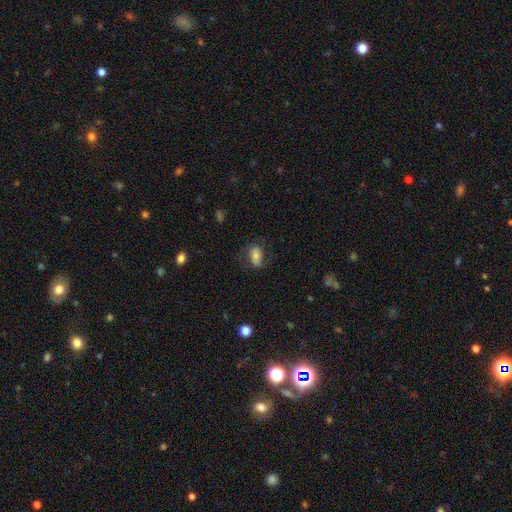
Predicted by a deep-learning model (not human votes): Smooth or featured?
  - smooth: 67% *
  - featured or disk: 24%
  - star or artifact: 9%
How rounded?
  - in between: 85% *
  - round: 12%
  - cigar-shaped: 3%
Merging?
  - none: 64% *
  - minor disturbance: 21%
  - major disturbance: 13%
  - merger: 2%